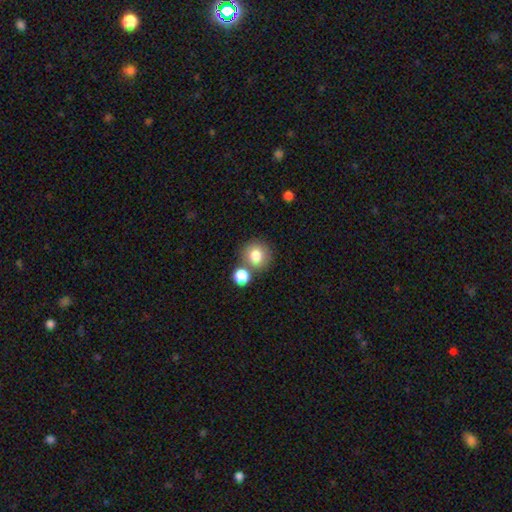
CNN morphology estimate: type=smooth (80%); roundness=round (86%); merging=none (68%).